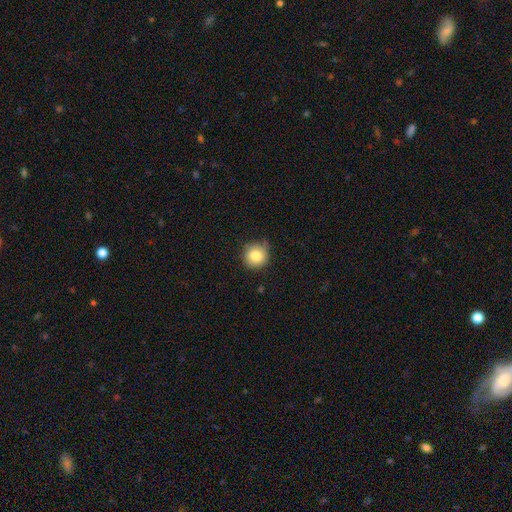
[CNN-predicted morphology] smooth-or-featured: smooth: 83% | star or artifact: 9% | featured or disk: 8%
  how-rounded: round: 90% | in between: 9% | cigar-shaped: 1%
  merging: none: 77% | minor disturbance: 18% | major disturbance: 3% | merger: 2%